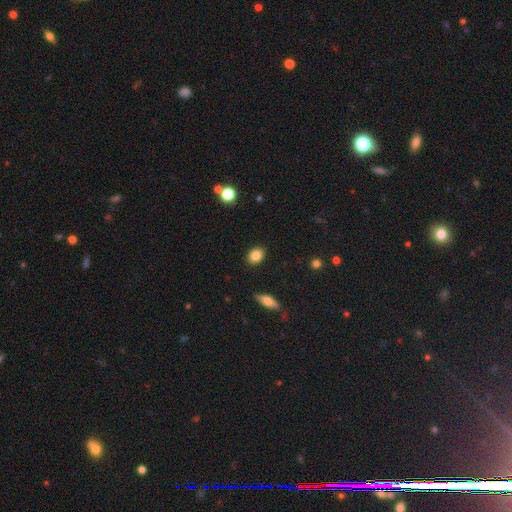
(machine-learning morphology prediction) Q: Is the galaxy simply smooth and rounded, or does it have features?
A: smooth — 84%.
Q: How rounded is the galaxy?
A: in between — 64%.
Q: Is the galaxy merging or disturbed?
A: none — 89%.